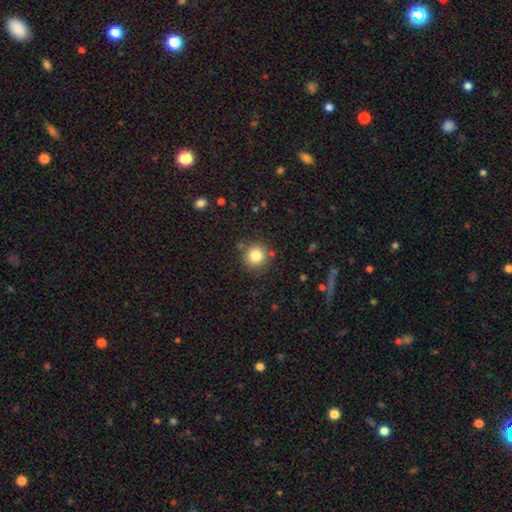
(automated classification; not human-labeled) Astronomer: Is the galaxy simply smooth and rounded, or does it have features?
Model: smooth — 82%.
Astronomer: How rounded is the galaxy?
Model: round — 93%.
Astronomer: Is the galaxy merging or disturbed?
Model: none — 83%.